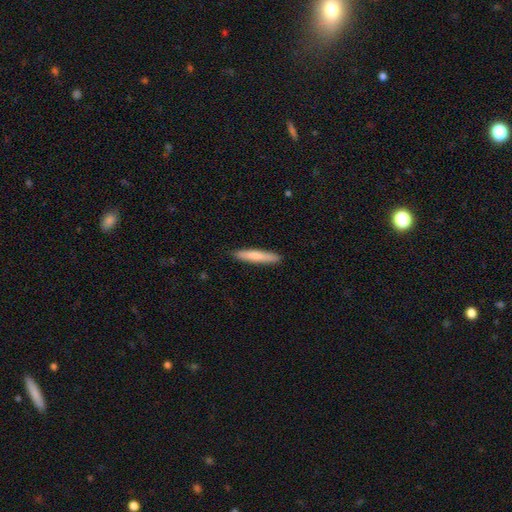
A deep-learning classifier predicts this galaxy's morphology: smooth_or_featured: smooth (p=0.78) [alt: featured or disk p=0.17]
how_rounded: cigar-shaped (p=0.93) [alt: in between p=0.06]
merging: none (p=0.90) [alt: minor disturbance p=0.08]